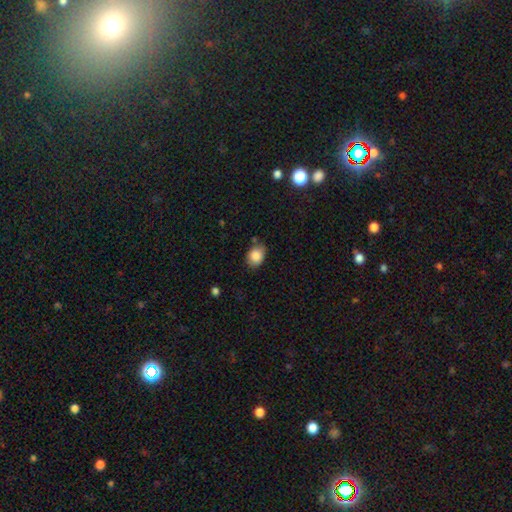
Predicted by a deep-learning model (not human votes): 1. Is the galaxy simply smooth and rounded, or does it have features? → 85% smooth, 9% star or artifact, 6% featured or disk.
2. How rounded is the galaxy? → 62% in between, 37% round, 1% cigar-shaped.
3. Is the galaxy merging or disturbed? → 72% none, 21% minor disturbance, 4% major disturbance, 4% merger.